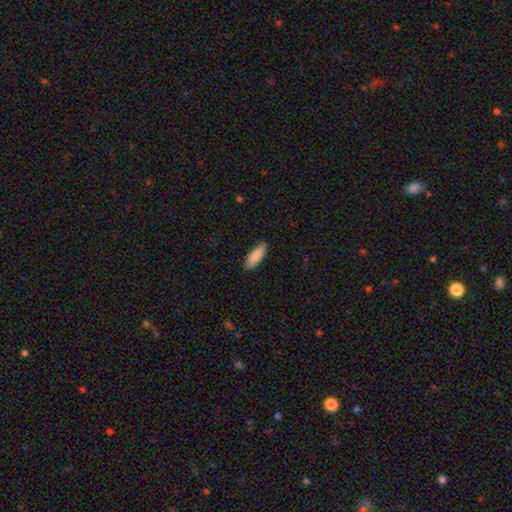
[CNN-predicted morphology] smooth-or-featured: smooth: 89% | star or artifact: 5% | featured or disk: 5%
  how-rounded: in between: 62% | cigar-shaped: 36% | round: 1%
  merging: none: 88% | minor disturbance: 9% | major disturbance: 2% | merger: 1%